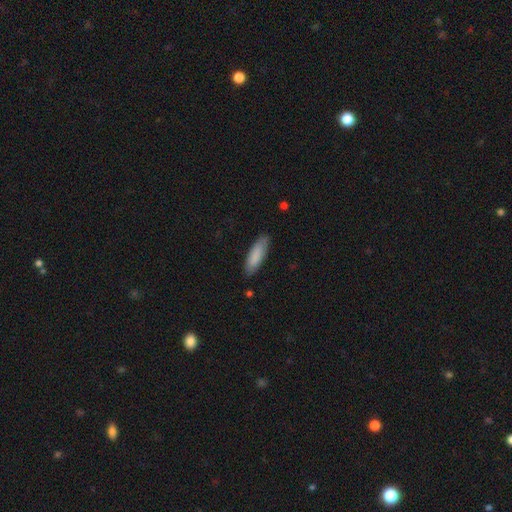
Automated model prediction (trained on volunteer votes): smooth 86%, featured or disk 9%, star or artifact 5%. Down the decision tree: how rounded — cigar-shaped (54%); merging — none (85%).